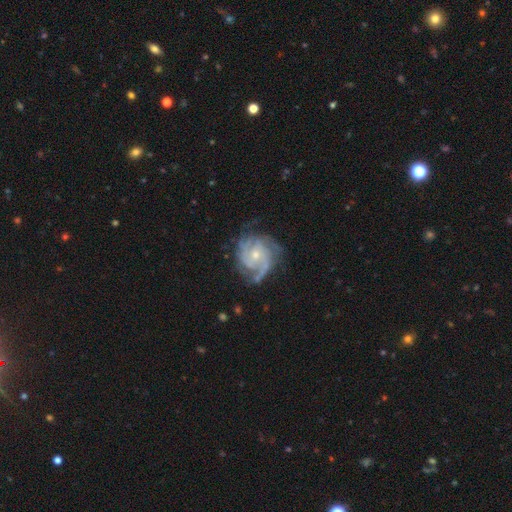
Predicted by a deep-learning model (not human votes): Q: Smooth or featured?
A: featured or disk (89%); runner-up: smooth (6%)
Q: Edge-on disk?
A: no (98%); runner-up: yes (2%)
Q: Bar?
A: no (70%); runner-up: weak (25%)
Q: Spiral arms?
A: yes (97%); runner-up: no (3%)
Q: Spiral winding?
A: tight (57%); runner-up: medium (36%)
Q: Spiral arm count?
A: 3 (35%); runner-up: 2 (19%)
Q: Bulge size?
A: small (57%); runner-up: moderate (39%)
Q: Merging?
A: none (70%); runner-up: minor disturbance (20%)